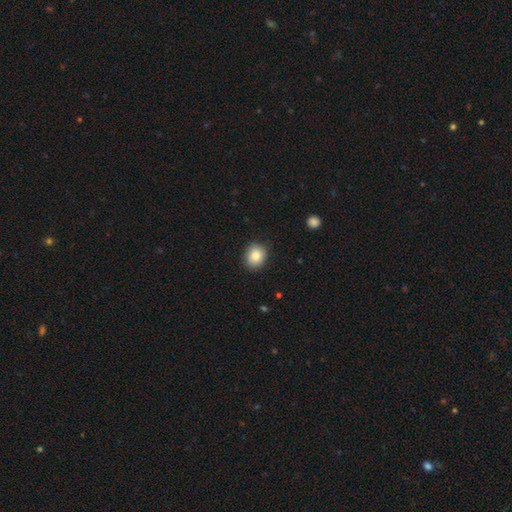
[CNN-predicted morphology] Smooth or featured? smooth (85%)
How rounded? round (61%)
Merging? none (86%)